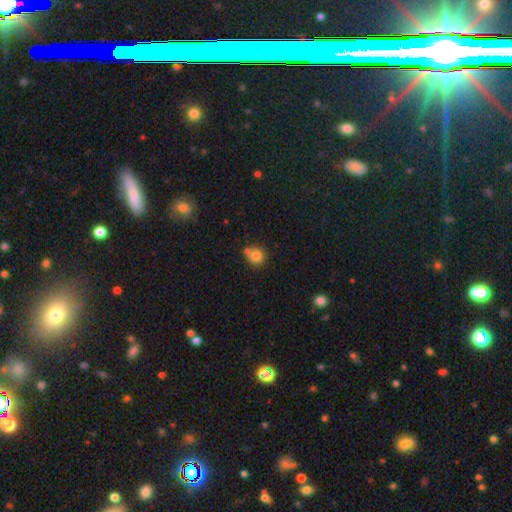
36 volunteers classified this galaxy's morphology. Overall: smooth (94%). How rounded: round (82%). Merging: none (83%).